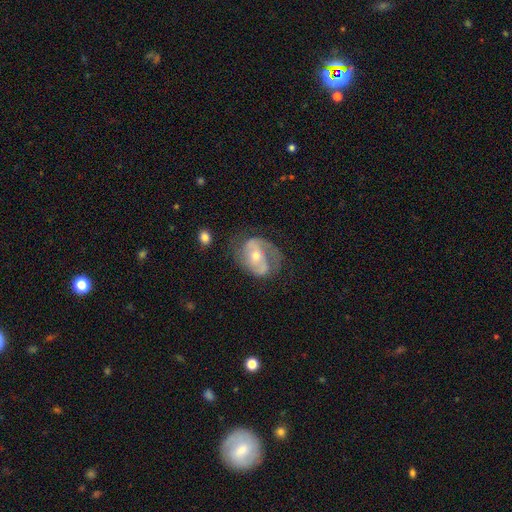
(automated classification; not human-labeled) Smooth or featured? Predicted: featured or disk (p=0.79). Edge-on disk? Predicted: no (p=0.97). Bar? Predicted: no (p=0.46). Spiral arms? Predicted: yes (p=0.88). Spiral winding? Predicted: medium (p=0.44). Spiral arm count? Predicted: 2 (p=0.67). Bulge size? Predicted: moderate (p=0.54). Merging? Predicted: none (p=0.55).